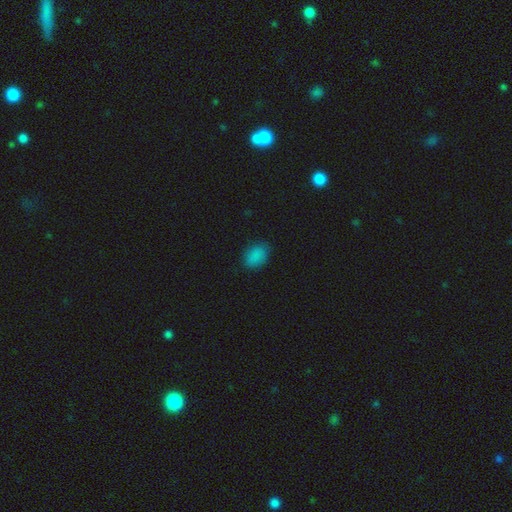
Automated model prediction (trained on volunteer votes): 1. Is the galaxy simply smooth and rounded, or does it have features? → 85% smooth, 11% star or artifact, 4% featured or disk.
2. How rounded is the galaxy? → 75% in between, 24% round, 1% cigar-shaped.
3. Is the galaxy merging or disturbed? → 81% none, 15% minor disturbance, 3% major disturbance, 1% merger.